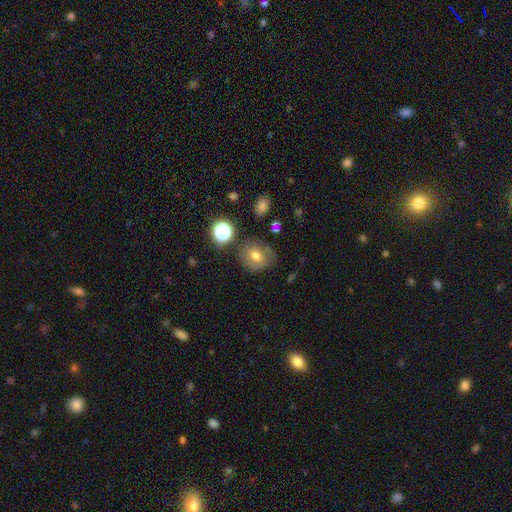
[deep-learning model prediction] Q: Smooth or featured?
A: smooth (63%); runner-up: featured or disk (23%)
Q: How rounded?
A: round (72%); runner-up: in between (27%)
Q: Merging?
A: none (73%); runner-up: minor disturbance (17%)